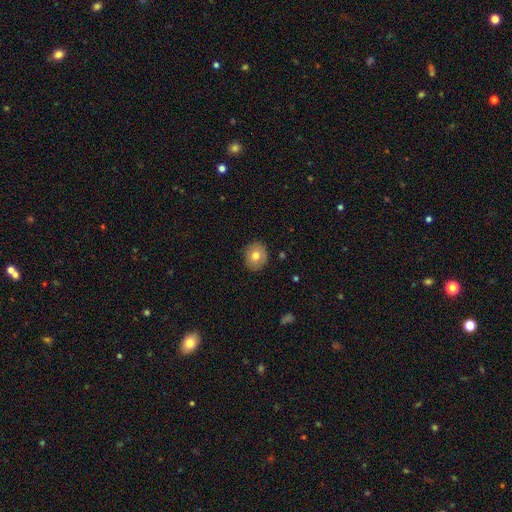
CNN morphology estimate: A smooth galaxy with no disk features (75%) that is round (76%). Merging: none (89%).